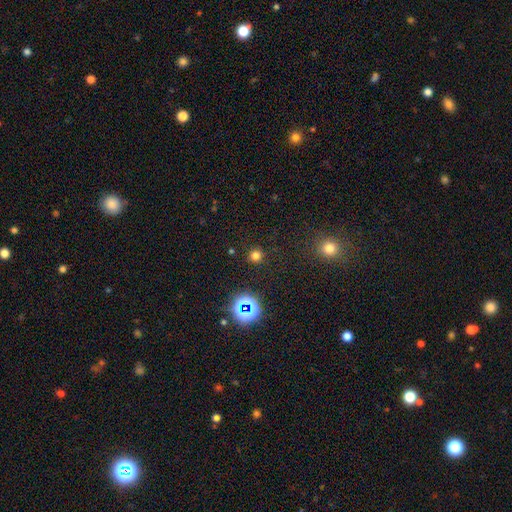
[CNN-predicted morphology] This is likely a smooth galaxy (71%). How rounded: clearly round (94%). Merging: clearly none (90%).